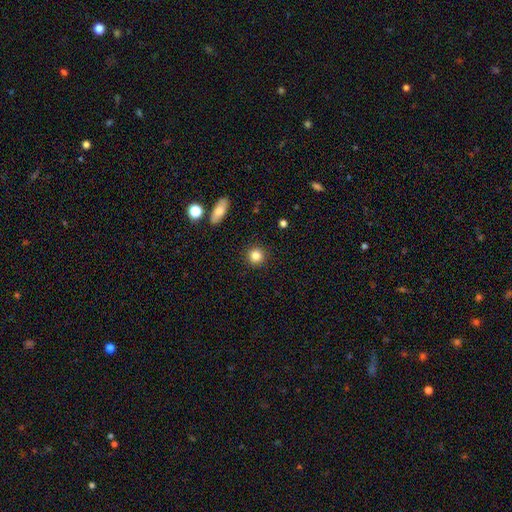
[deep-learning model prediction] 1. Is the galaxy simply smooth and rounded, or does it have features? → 84% smooth, 10% star or artifact, 6% featured or disk.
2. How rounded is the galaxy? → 92% round, 7% in between, 1% cigar-shaped.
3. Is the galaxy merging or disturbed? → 91% none, 5% minor disturbance, 2% major disturbance, 1% merger.